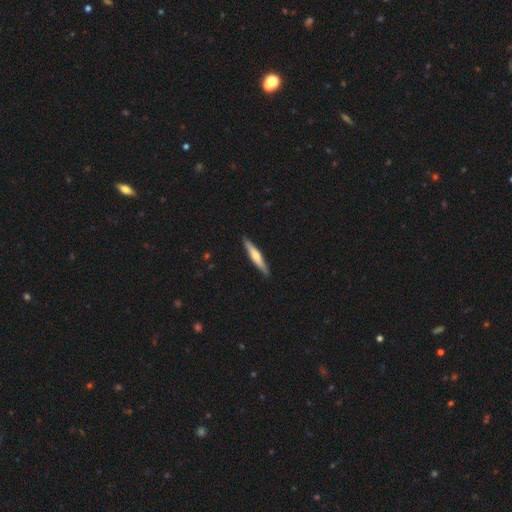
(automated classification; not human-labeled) A featured or disk galaxy (49%). Merging: none (89%).